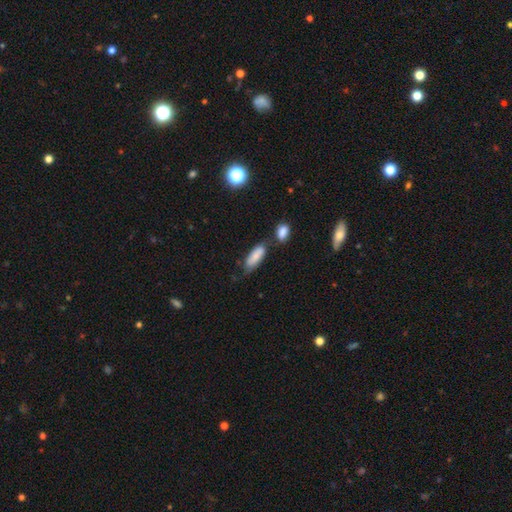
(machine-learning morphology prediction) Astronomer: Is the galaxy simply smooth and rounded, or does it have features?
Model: smooth — 79%.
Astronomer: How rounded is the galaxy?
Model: in between — 71%.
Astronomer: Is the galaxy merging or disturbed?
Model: none — 52%.